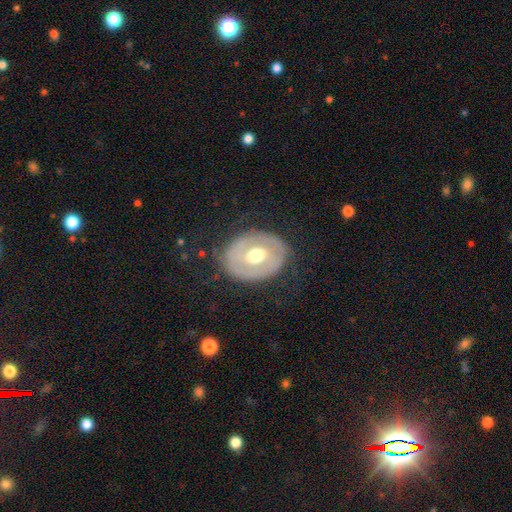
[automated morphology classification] featured or disk 59%, smooth 35%, star or artifact 6%. Down the decision tree: edge-on disk — no (94%); bar — no (73%); spiral arms — no (75%); bulge size — moderate (69%); merging — none (70%).